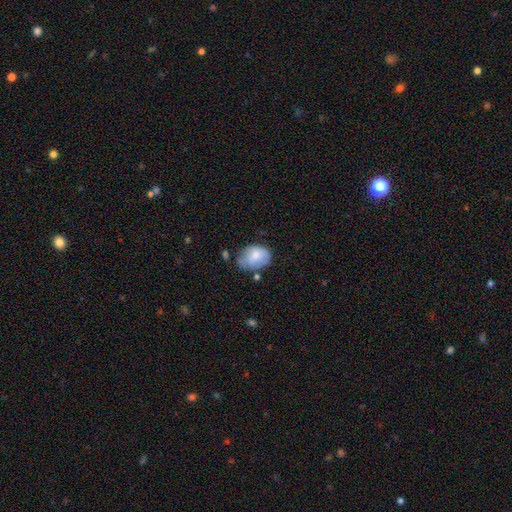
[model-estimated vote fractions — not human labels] smooth-or-featured: smooth: 74% | featured or disk: 18% | star or artifact: 7%
  how-rounded: in between: 71% | round: 28% | cigar-shaped: 1%
  merging: none: 46% | minor disturbance: 36% | major disturbance: 11% | merger: 7%